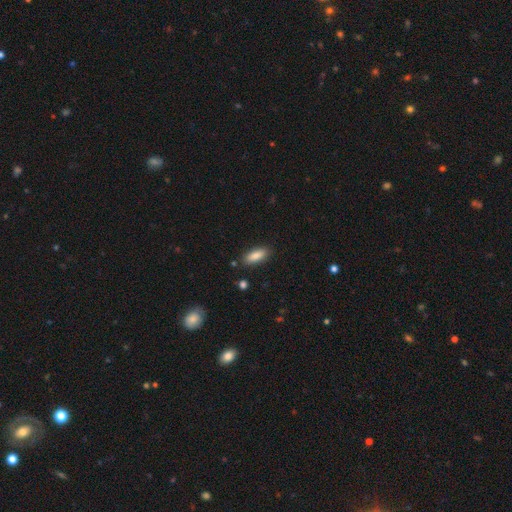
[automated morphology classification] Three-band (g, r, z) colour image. It shows a smooth galaxy with no disk features (87%) that is in between round and cigar-shaped (75%). Merging: none (86%).